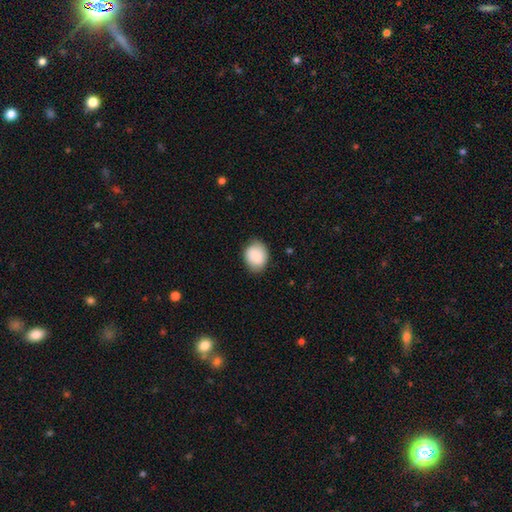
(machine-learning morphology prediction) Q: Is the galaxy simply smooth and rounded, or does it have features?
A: smooth — 86%.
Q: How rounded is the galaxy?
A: round — 54%.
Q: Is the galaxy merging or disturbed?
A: none — 81%.